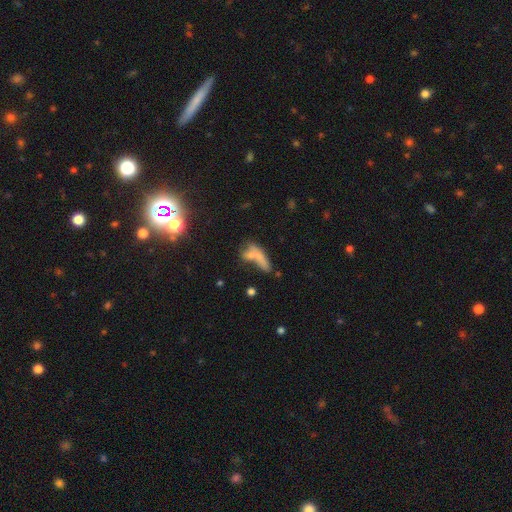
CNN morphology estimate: Overall: smooth (62%; featured or disk 25%). How rounded: cigar-shaped (47%; in between 46%). Merging: merger (40%; none 35%).